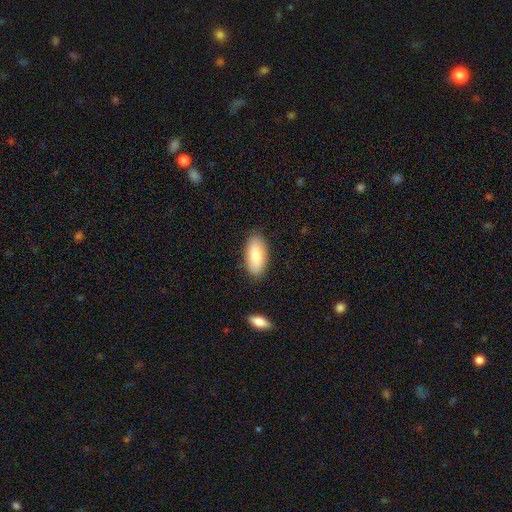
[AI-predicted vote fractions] smooth_or_featured: smooth (p=0.82) [alt: featured or disk p=0.12]
how_rounded: in between (p=0.90) [alt: cigar-shaped p=0.08]
merging: none (p=0.85) [alt: minor disturbance p=0.11]